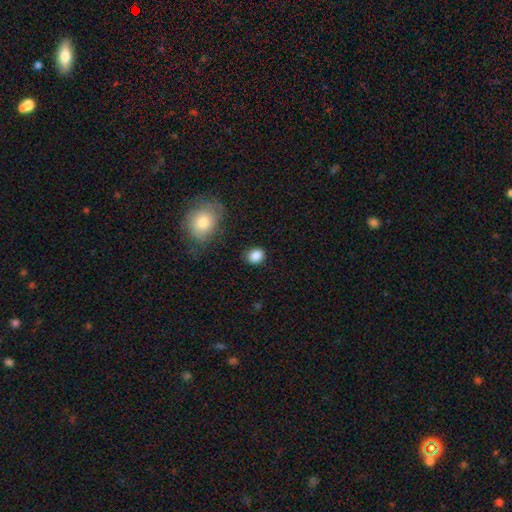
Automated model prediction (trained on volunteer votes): Overall: smooth (88%). How rounded: round (61%; in between 38%). Merging: none (85%).